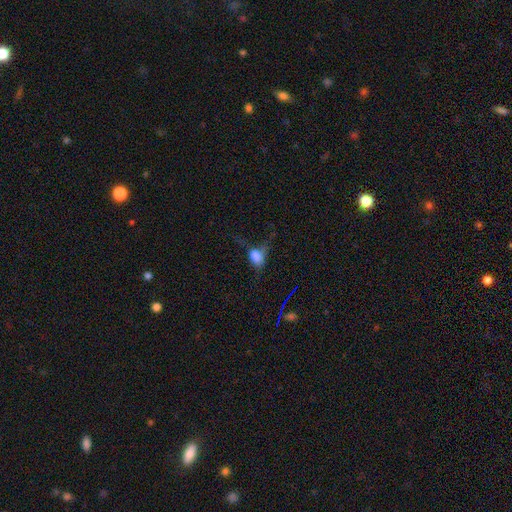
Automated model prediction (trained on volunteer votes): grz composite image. It shows a smooth galaxy with no disk features (68%) that is in between round and cigar-shaped (71%). Merging: major disturbance (44%).